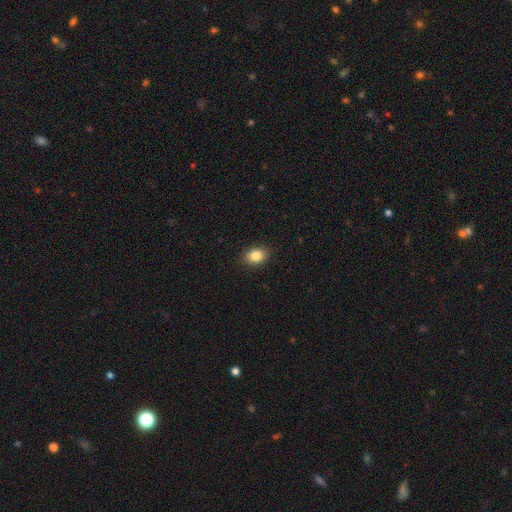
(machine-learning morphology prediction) smooth 85%, star or artifact 9%, featured or disk 6%. Down the decision tree: how rounded — in between (69%); merging — none (89%).